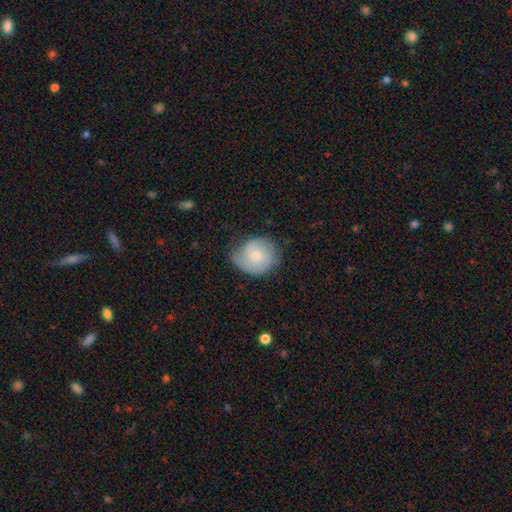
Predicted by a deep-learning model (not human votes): Smooth or featured? smooth (50%)
Merging? none (56%)